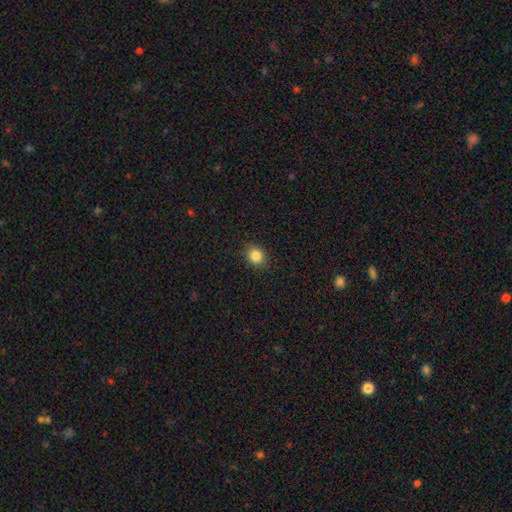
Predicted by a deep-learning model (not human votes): Q: Smooth or featured?
A: smooth (85%); runner-up: star or artifact (11%)
Q: How rounded?
A: round (69%); runner-up: in between (30%)
Q: Merging?
A: none (89%); runner-up: minor disturbance (8%)